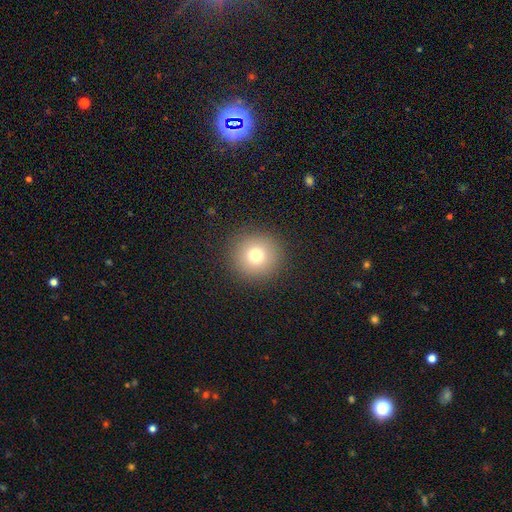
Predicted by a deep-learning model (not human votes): The model was most divided on "smooth or featured": smooth: 75%, star or artifact: 14%, featured or disk: 11%. More confident: how rounded — round (95%); merging — none (91%).